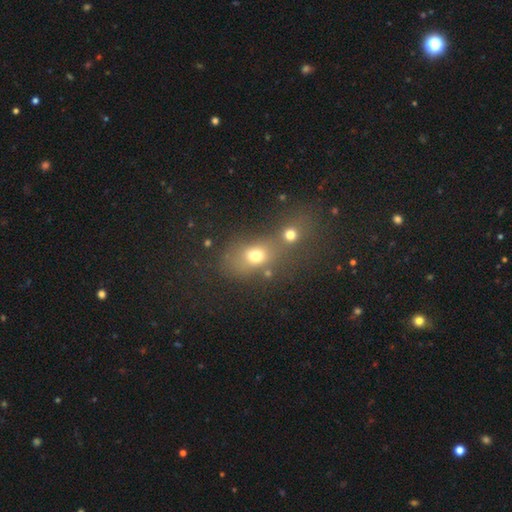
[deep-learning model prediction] Overall: smooth (68%). How rounded: in between (49%; round 48%). Merging: merger (43%; none 38%).